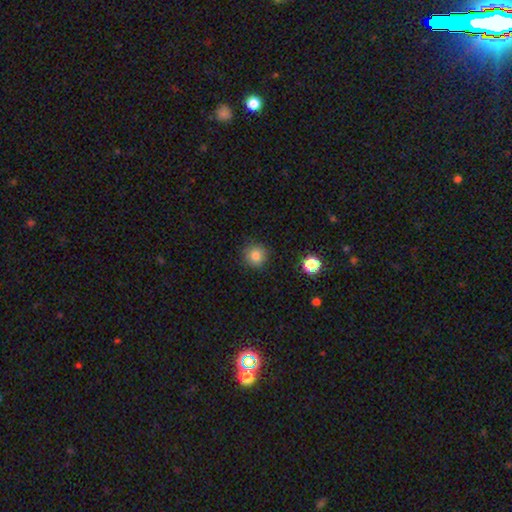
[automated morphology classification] A smooth galaxy with no disk features (82%) that is round (93%). Merging: none (88%).